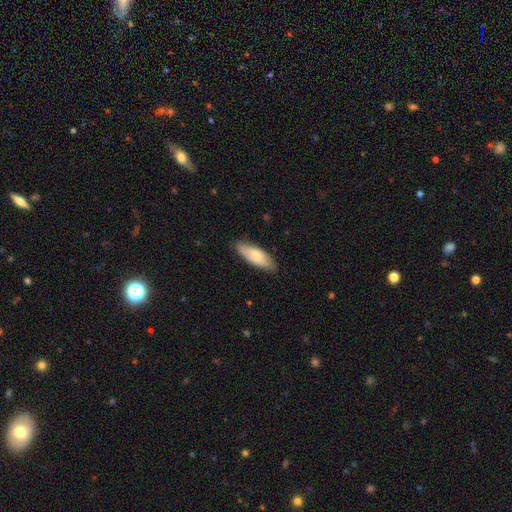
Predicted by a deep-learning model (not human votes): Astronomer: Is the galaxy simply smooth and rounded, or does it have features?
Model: smooth — 72%.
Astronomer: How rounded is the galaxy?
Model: in between — 66%.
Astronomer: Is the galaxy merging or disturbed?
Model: none — 82%.